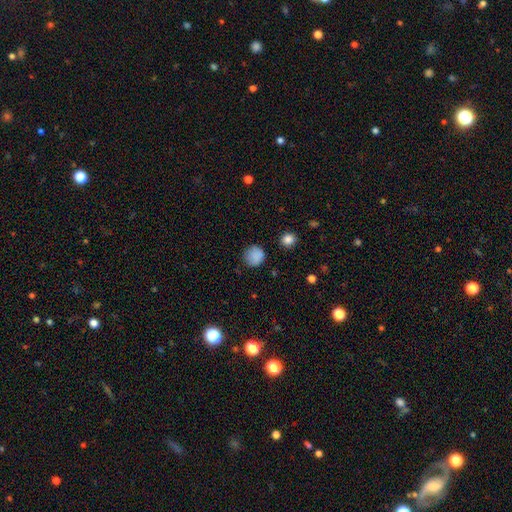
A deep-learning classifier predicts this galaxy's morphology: The model was most divided on "merging": none: 79%, minor disturbance: 15%, major disturbance: 4%, merger: 2%. More confident: how rounded — round (89%); smooth or featured — smooth (85%).